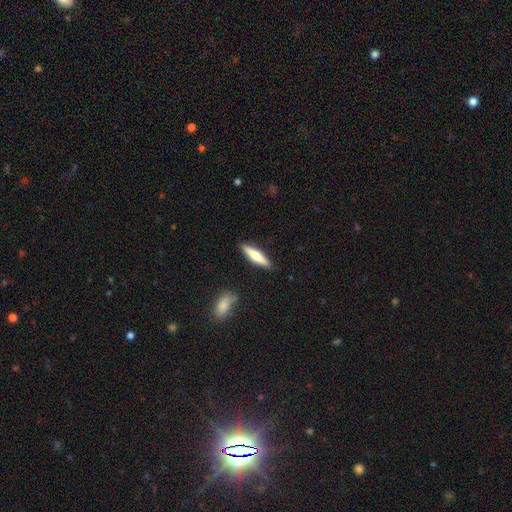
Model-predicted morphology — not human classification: Q: Smooth or featured?
A: smooth (61%); runner-up: featured or disk (33%)
Q: How rounded?
A: cigar-shaped (79%); runner-up: in between (19%)
Q: Merging?
A: none (89%); runner-up: minor disturbance (8%)